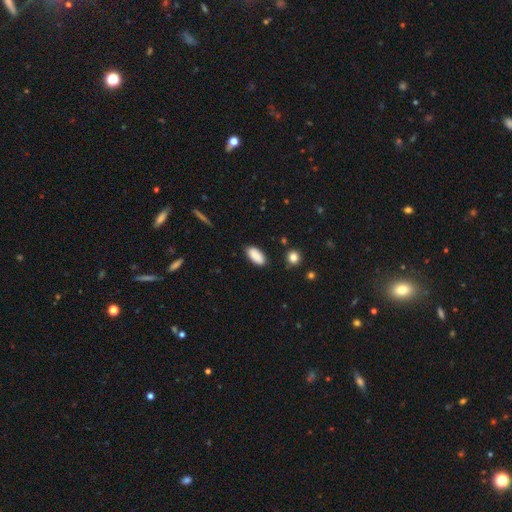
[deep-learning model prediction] This is clearly a smooth galaxy (89%). How rounded: clearly in between (90%). Merging: clearly none (86%).